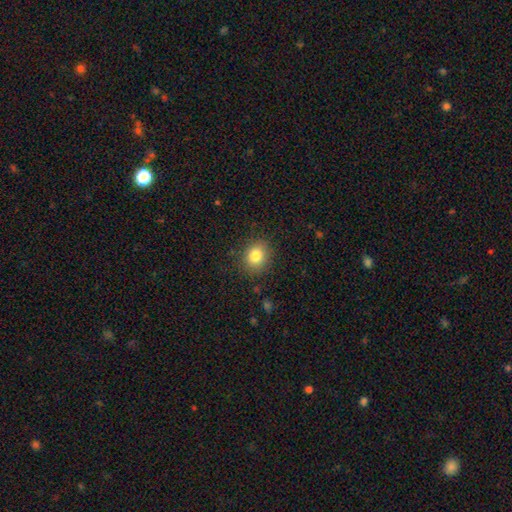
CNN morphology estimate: type=smooth (82%); roundness=round (59%); merging=none (85%).